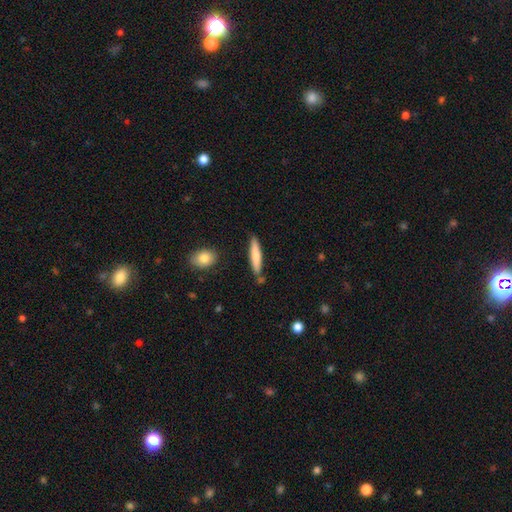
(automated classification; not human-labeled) A smooth galaxy with no disk features (74%) that is cigar-shaped (86%).

Vote fractions:
- Smooth or featured? smooth: 74% / featured or disk: 20% / star or artifact: 6%
- How rounded? cigar-shaped: 86% / in between: 12% / round: 1%
- Merging? none: 80% / minor disturbance: 12% / merger: 5% / major disturbance: 2%